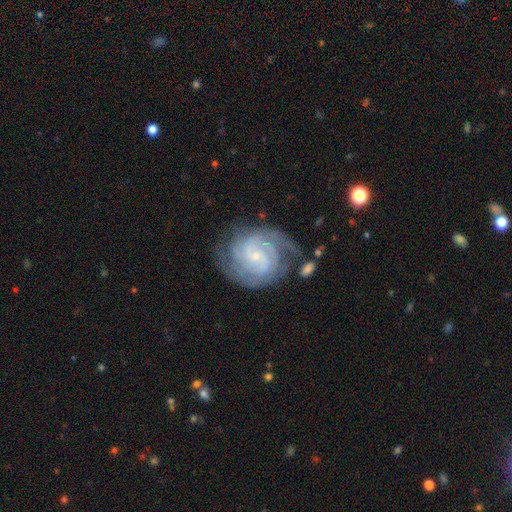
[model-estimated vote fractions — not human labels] Smooth or featured?
  - featured or disk: 87% *
  - smooth: 7%
  - star or artifact: 6%
Edge-on disk?
  - no: 98% *
  - yes: 2%
Bar?
  - no: 56% *
  - weak: 36%
  - strong: 8%
Spiral arms?
  - yes: 97% *
  - no: 3%
Spiral winding?
  - tight: 65% *
  - medium: 29%
  - loose: 6%
Spiral arm count?
  - 2: 38% *
  - 3: 21%
  - can't tell: 20%
  - 4: 10%
  - more than 4: 5%
  - 1: 5%
Bulge size?
  - small: 80% *
  - moderate: 14%
  - none: 4%
  - large: 1%
  - dominant: 1%
Merging?
  - none: 68% *
  - minor disturbance: 18%
  - major disturbance: 9%
  - merger: 4%